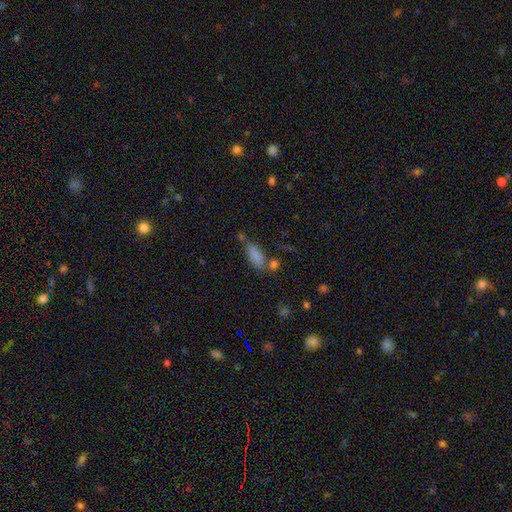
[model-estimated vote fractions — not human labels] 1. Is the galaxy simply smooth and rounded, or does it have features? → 82% smooth, 10% star or artifact, 7% featured or disk.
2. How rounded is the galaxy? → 70% in between, 27% cigar-shaped, 3% round.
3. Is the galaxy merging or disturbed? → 59% none, 18% merger, 17% minor disturbance, 6% major disturbance.